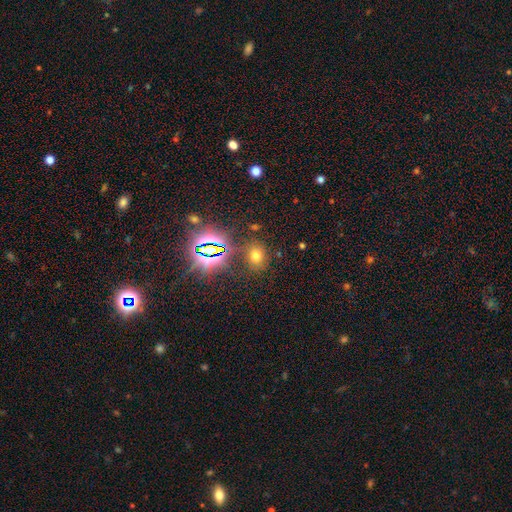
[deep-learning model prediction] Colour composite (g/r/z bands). It shows a smooth galaxy with no disk features (60%) that is round (57%). Merging: none (78%).